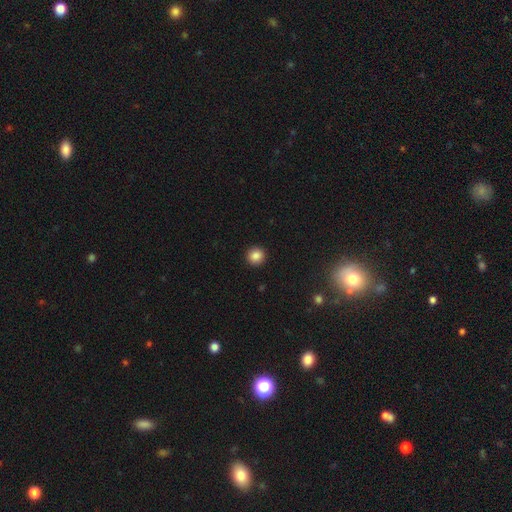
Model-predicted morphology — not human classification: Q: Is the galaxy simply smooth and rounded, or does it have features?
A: smooth — 86%.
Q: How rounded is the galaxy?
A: round — 94%.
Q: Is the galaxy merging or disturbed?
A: none — 93%.